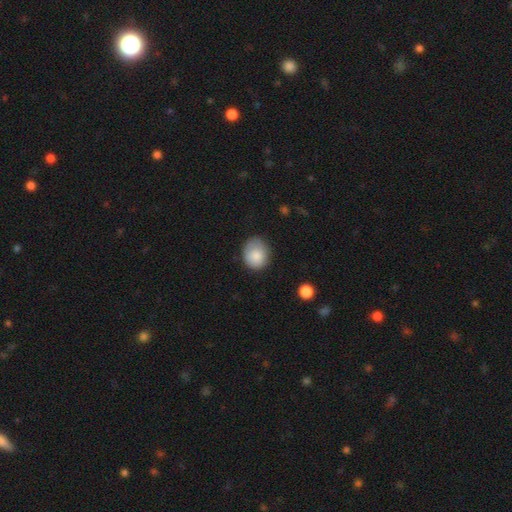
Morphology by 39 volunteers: This appears to be a smooth galaxy with no disk features (82%) that is round (91%). Merging: none (71%).